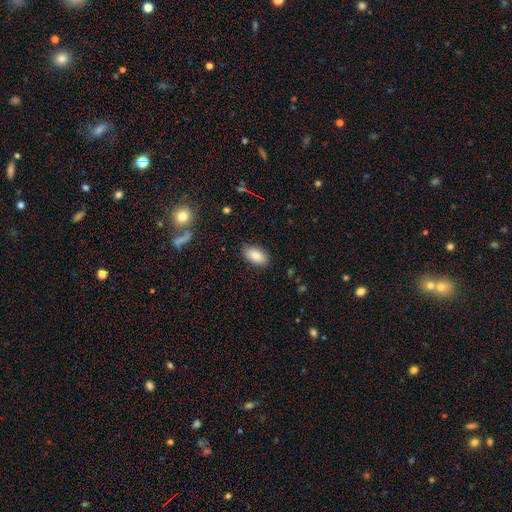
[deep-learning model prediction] Smooth or featured?
  - smooth: 84% *
  - featured or disk: 8%
  - star or artifact: 8%
How rounded?
  - in between: 93% *
  - round: 4%
  - cigar-shaped: 3%
Merging?
  - none: 85% *
  - minor disturbance: 11%
  - major disturbance: 2%
  - merger: 1%